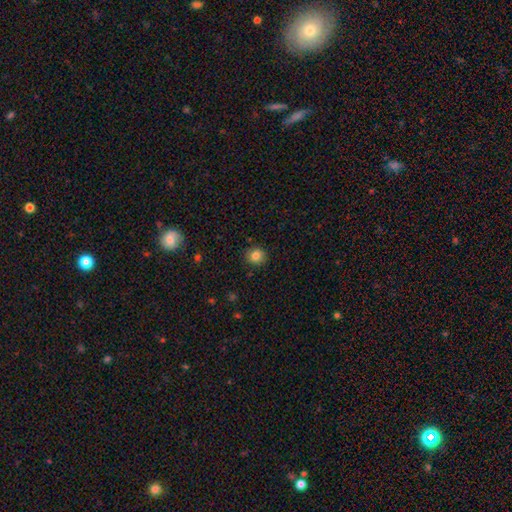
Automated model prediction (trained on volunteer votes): Q: Smooth or featured?
A: smooth (83%); runner-up: star or artifact (11%)
Q: How rounded?
A: round (85%); runner-up: in between (14%)
Q: Merging?
A: none (89%); runner-up: minor disturbance (7%)